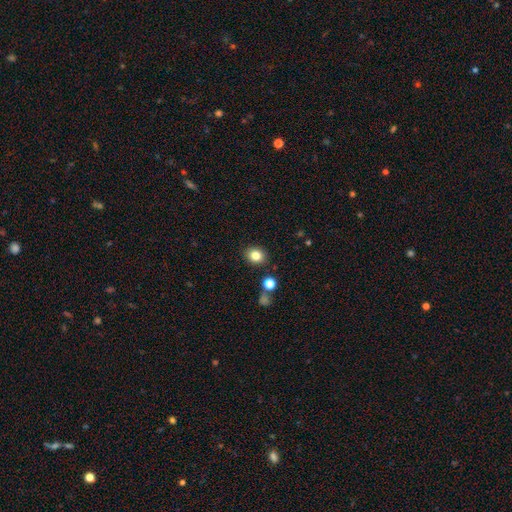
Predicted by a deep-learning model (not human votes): Morphology: type=smooth (82%); roundness=round (66%); merging=none (87%).